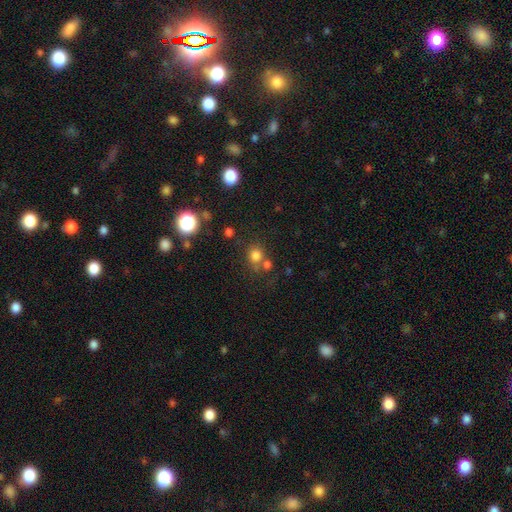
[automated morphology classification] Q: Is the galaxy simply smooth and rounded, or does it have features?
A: smooth — 75%.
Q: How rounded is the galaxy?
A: round — 80%.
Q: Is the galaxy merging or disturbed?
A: none — 60%.